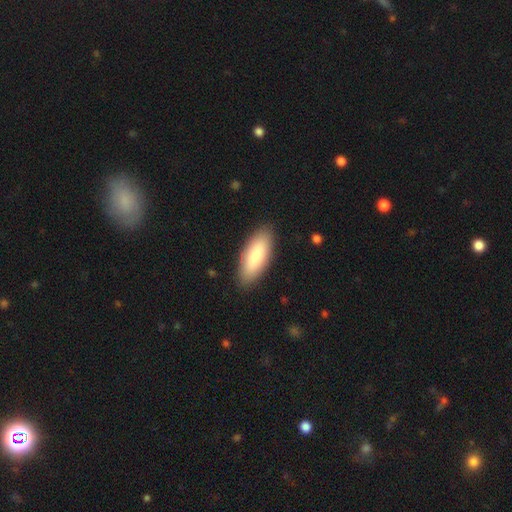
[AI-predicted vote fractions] Smooth or featured? smooth (84%)
How rounded? in between (74%)
Merging? none (87%)